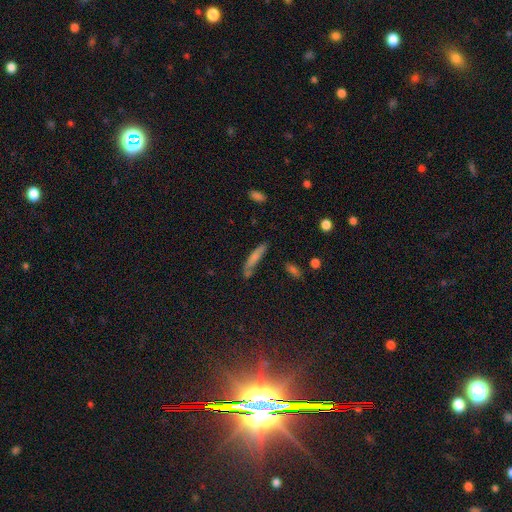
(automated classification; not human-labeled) This appears to be a smooth galaxy with no disk features (66%) that is cigar-shaped (87%). Merging: none (65%).